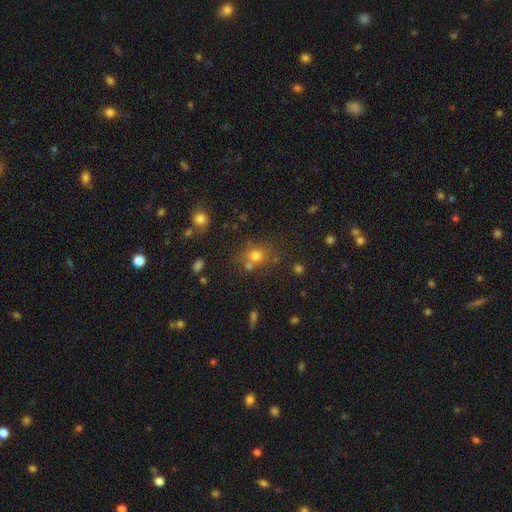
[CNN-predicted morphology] A smooth galaxy with no disk features (71%) that is round (75%).

Vote fractions:
- Smooth or featured? smooth: 71% / star or artifact: 19% / featured or disk: 11%
- How rounded? round: 75% / in between: 24% / cigar-shaped: 1%
- Merging? none: 63% / merger: 20% / minor disturbance: 12% / major disturbance: 5%